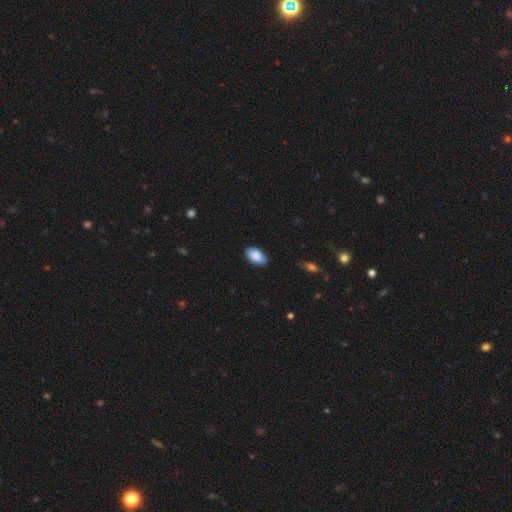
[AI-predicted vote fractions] Overall: smooth (87%). How rounded: in between (94%). Merging: none (82%).